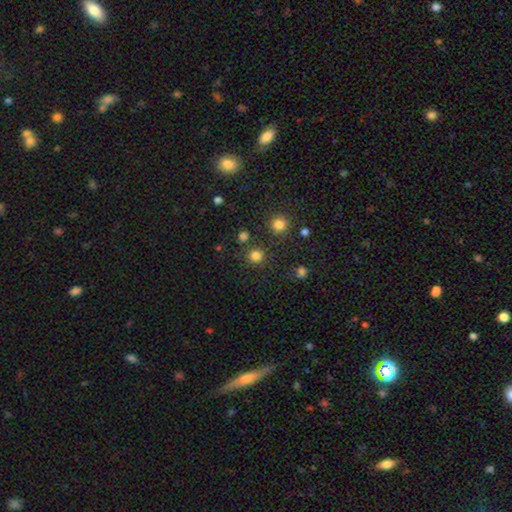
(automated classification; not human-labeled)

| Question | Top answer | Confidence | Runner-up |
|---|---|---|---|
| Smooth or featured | smooth | 80% | star or artifact (16%) |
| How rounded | round | 92% | in between (7%) |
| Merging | none | 84% | minor disturbance (7%) |